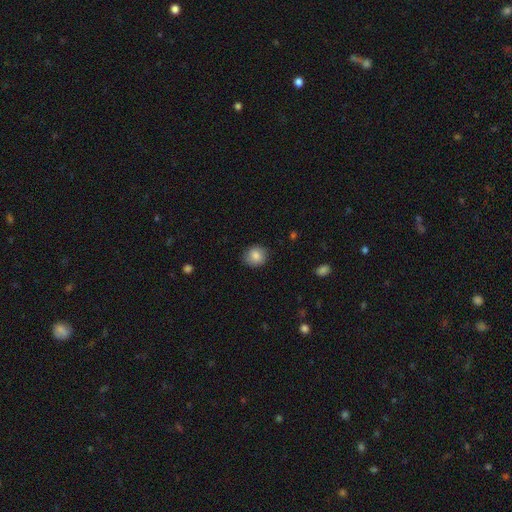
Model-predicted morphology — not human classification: A smooth galaxy with no disk features (85%) that is round (77%).

Vote fractions:
- Smooth or featured? smooth: 85% / star or artifact: 9% / featured or disk: 7%
- How rounded? round: 77% / in between: 22% / cigar-shaped: 1%
- Merging? none: 85% / minor disturbance: 12% / major disturbance: 3% / merger: 1%